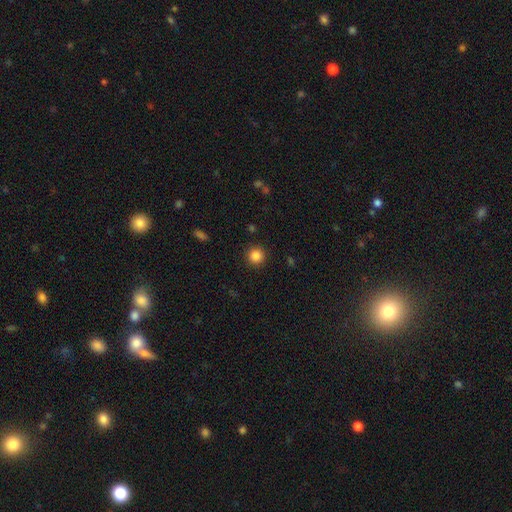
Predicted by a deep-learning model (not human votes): Q: Smooth or featured?
A: smooth (86%); runner-up: star or artifact (11%)
Q: How rounded?
A: round (94%); runner-up: in between (5%)
Q: Merging?
A: none (91%); runner-up: minor disturbance (6%)